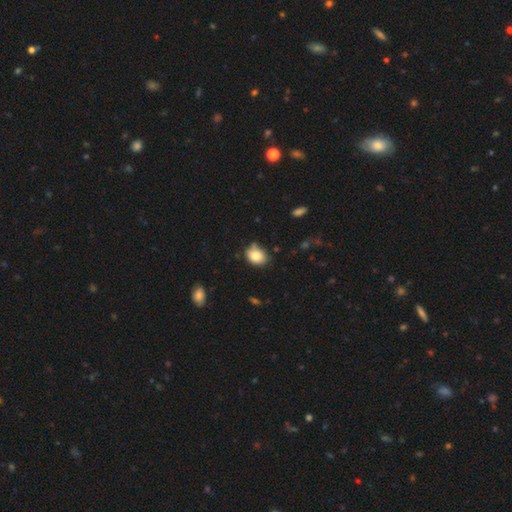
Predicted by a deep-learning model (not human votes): A smooth galaxy with no disk features (84%) that is in between round and cigar-shaped (58%). Merging: none (61%).